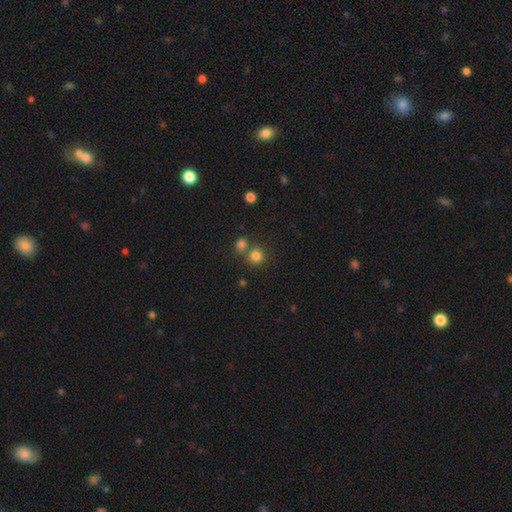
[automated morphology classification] type=smooth (79%); roundness=round (89%); merging=none (59%).